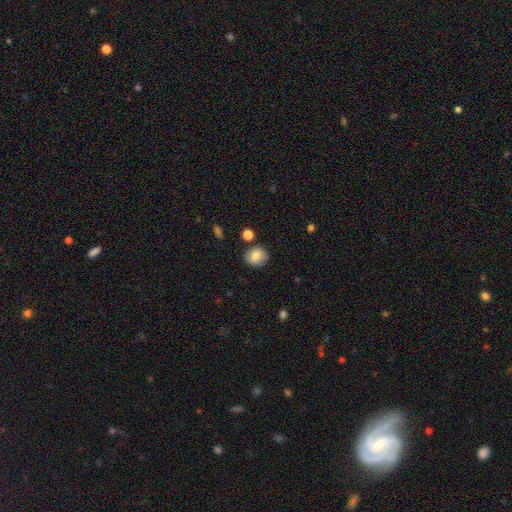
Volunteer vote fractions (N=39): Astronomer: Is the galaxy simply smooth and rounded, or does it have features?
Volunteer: smooth — 77%.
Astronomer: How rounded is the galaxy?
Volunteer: round — 87%.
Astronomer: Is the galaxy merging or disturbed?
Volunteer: none — 86%.